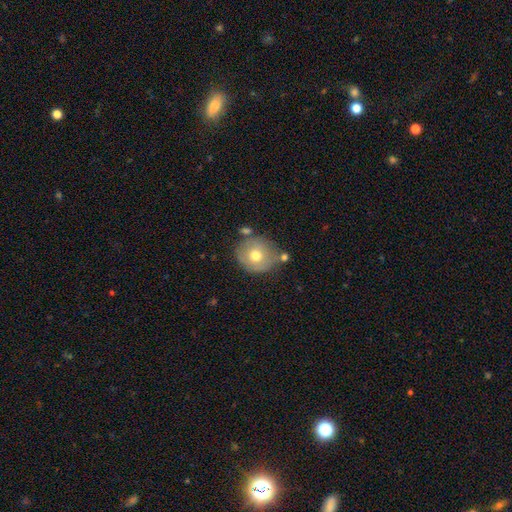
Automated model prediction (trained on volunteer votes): smooth-or-featured: smooth: 66% | featured or disk: 25% | star or artifact: 8%
  how-rounded: round: 88% | in between: 11% | cigar-shaped: 1%
  merging: none: 65% | minor disturbance: 18% | merger: 11% | major disturbance: 6%